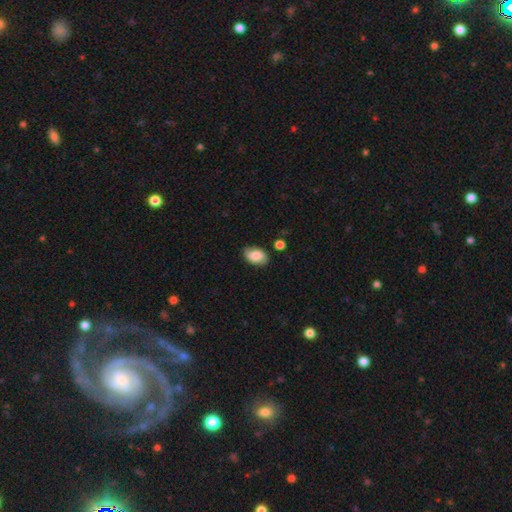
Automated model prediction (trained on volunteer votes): smooth 81%, featured or disk 12%, star or artifact 7%. Down the decision tree: how rounded — in between (90%); merging — none (79%).